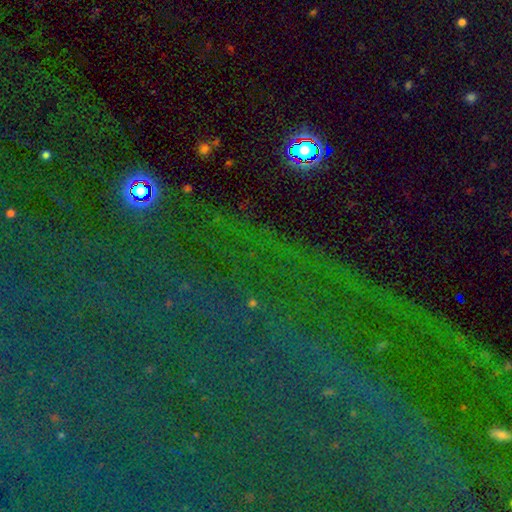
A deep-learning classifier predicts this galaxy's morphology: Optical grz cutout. It shows a star or artifact, not a galaxy (83%).